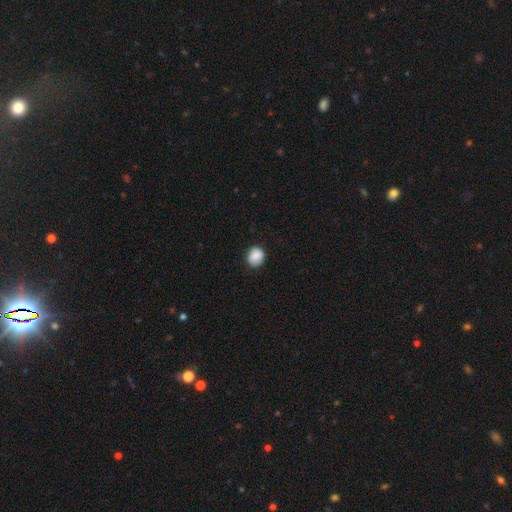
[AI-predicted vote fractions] Smooth or featured? Predicted: smooth (p=0.87). How rounded? Predicted: round (p=0.78). Merging? Predicted: none (p=0.84).